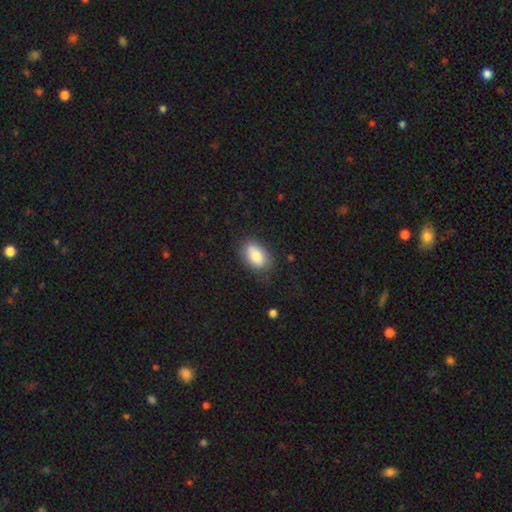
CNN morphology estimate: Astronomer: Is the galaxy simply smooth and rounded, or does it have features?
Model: smooth — 86%.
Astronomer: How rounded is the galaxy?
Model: in between — 91%.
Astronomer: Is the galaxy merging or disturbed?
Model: none — 78%.